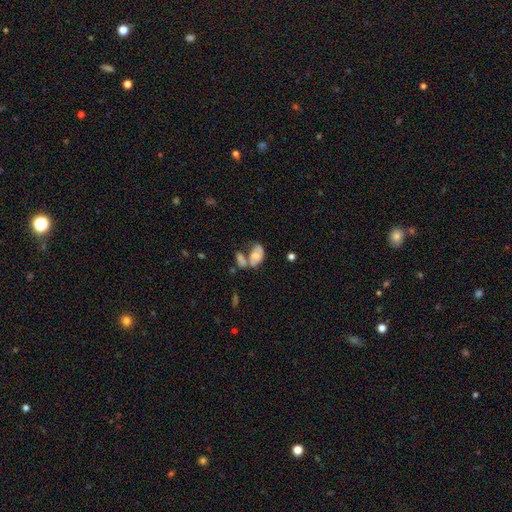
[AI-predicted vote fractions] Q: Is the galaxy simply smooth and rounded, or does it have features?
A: smooth — 51%.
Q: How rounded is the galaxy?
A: in between — 88%.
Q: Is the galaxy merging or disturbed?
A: merger — 41%.